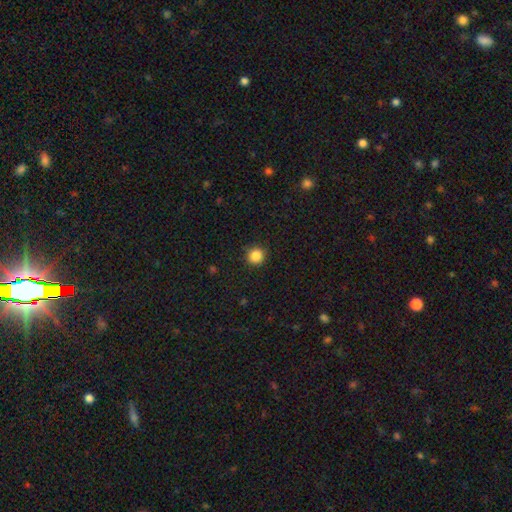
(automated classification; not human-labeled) Smooth or featured? smooth (86%)
How rounded? round (93%)
Merging? none (90%)